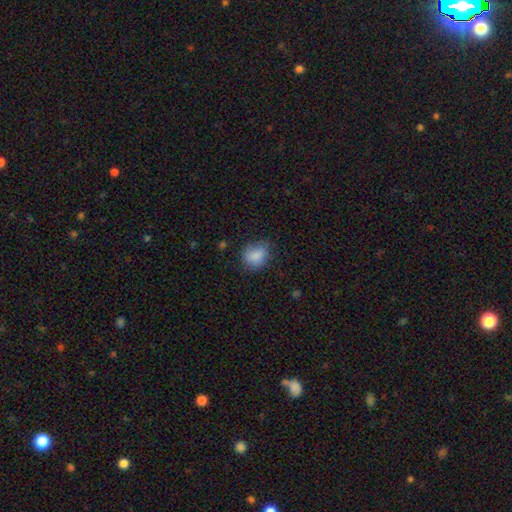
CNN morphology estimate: smooth_or_featured: smooth (p=0.84) [alt: star or artifact p=0.08]
how_rounded: round (p=0.52) [alt: in between p=0.47]
merging: none (p=0.67) [alt: minor disturbance p=0.24]